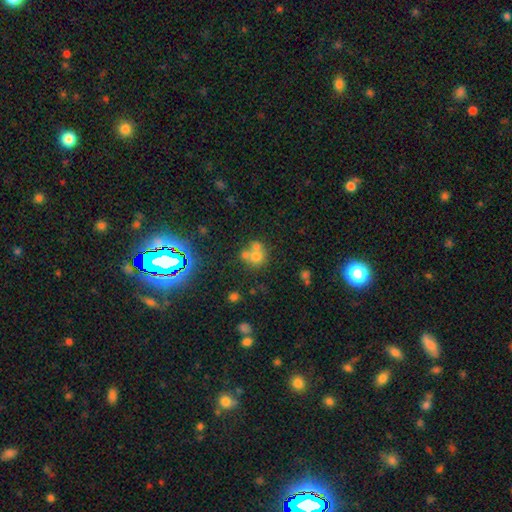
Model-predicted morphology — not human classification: Smooth or featured?
  - smooth: 63% *
  - star or artifact: 19%
  - featured or disk: 19%
How rounded?
  - round: 82% *
  - in between: 17%
  - cigar-shaped: 1%
Merging?
  - merger: 48% *
  - none: 40%
  - minor disturbance: 8%
  - major disturbance: 4%